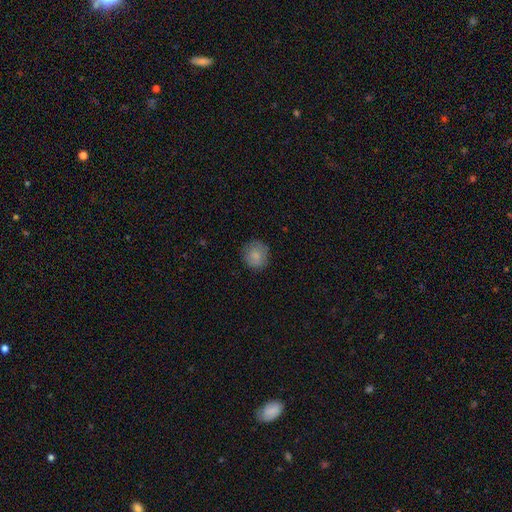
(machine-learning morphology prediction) This appears to be a smooth galaxy with no disk features (84%) that is round (88%). Merging: none (83%).